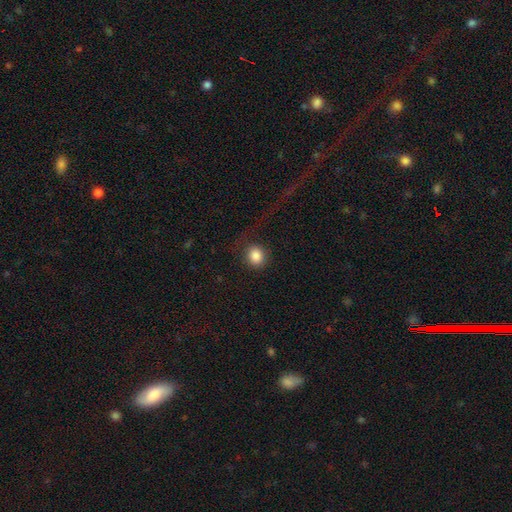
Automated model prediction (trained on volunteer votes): This is clearly a smooth galaxy (85%). How rounded: clearly round (83%). Merging: likely none (74%).